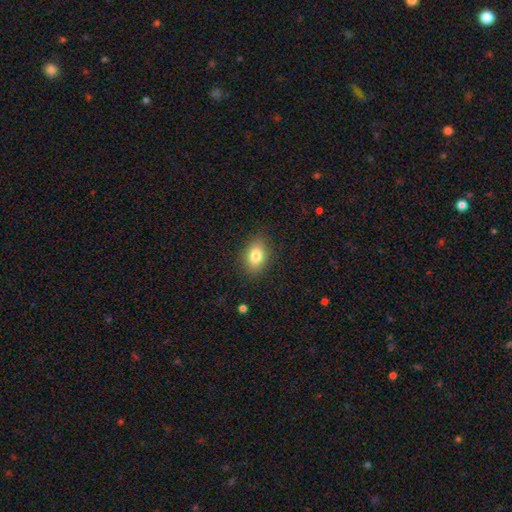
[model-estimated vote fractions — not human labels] Q: Smooth or featured?
A: smooth (81%); runner-up: featured or disk (10%)
Q: How rounded?
A: in between (77%); runner-up: round (21%)
Q: Merging?
A: none (86%); runner-up: minor disturbance (10%)